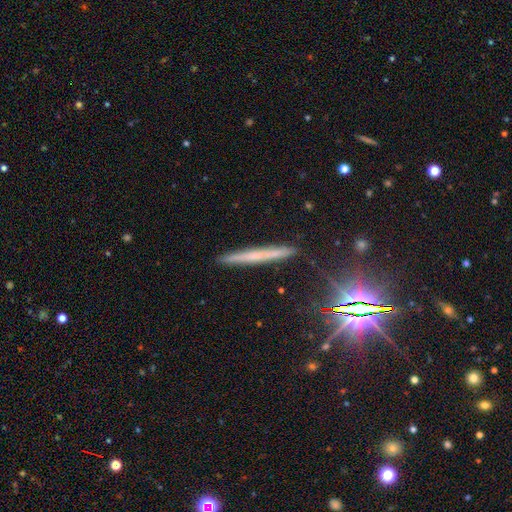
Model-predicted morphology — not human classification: Smooth or featured? Predicted: smooth (p=0.45). Merging? Predicted: none (p=0.90).